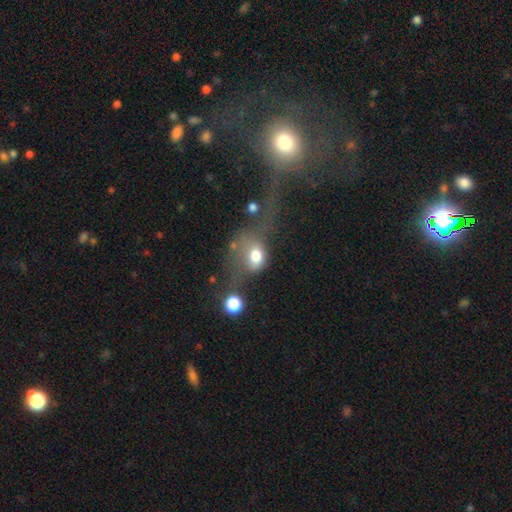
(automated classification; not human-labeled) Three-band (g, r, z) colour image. It shows a smooth galaxy with no disk features (71%) that is in between round and cigar-shaped (55%). Merging: major disturbance (44%).